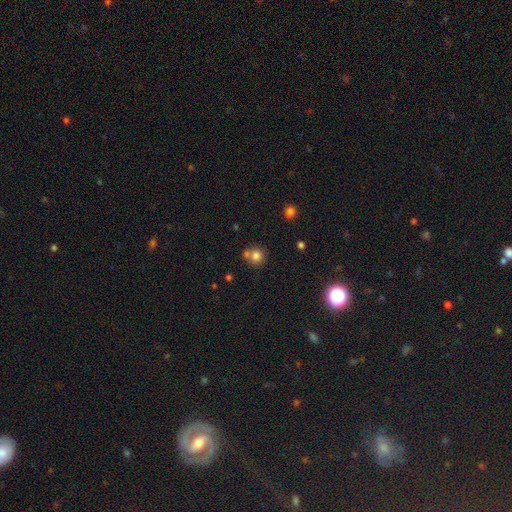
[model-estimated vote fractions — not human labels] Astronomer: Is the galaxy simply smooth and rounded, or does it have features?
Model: smooth — 77%.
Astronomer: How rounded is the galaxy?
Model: round — 86%.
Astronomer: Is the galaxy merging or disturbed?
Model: none — 55% (runner-up: merger, 32%).